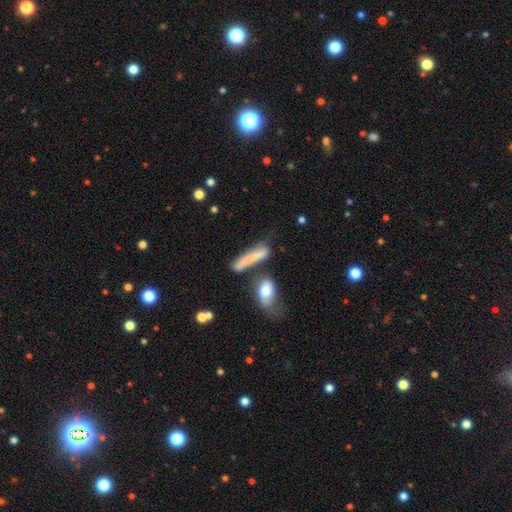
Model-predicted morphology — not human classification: Smooth or featured? smooth (64%)
How rounded? cigar-shaped (79%)
Merging? none (49%)